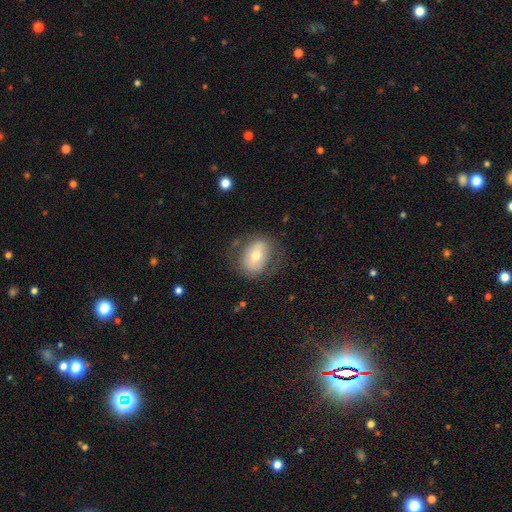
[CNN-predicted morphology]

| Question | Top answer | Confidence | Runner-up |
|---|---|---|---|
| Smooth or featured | smooth | 56% | featured or disk (36%) |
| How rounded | in between | 61% | round (38%) |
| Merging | none | 69% | minor disturbance (18%) |